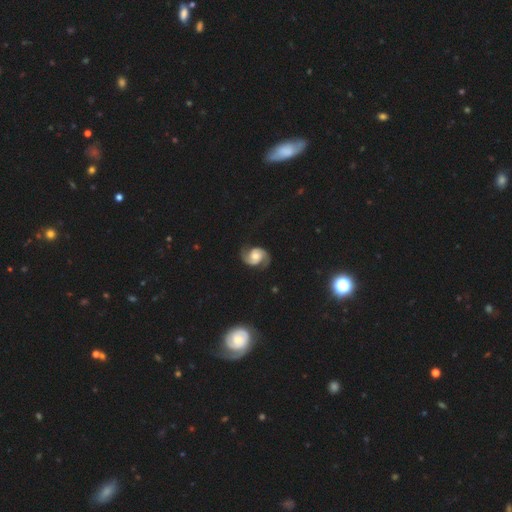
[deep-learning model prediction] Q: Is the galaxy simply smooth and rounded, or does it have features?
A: featured or disk — 87%.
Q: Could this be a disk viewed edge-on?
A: no — 98%.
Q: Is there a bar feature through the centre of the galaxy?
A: no — 60%.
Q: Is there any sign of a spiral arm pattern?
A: yes — 98%.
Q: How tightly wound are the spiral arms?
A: medium — 51%.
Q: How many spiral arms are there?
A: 2 — 93%.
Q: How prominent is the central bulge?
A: moderate — 61%.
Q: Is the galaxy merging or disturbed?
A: none — 79%.